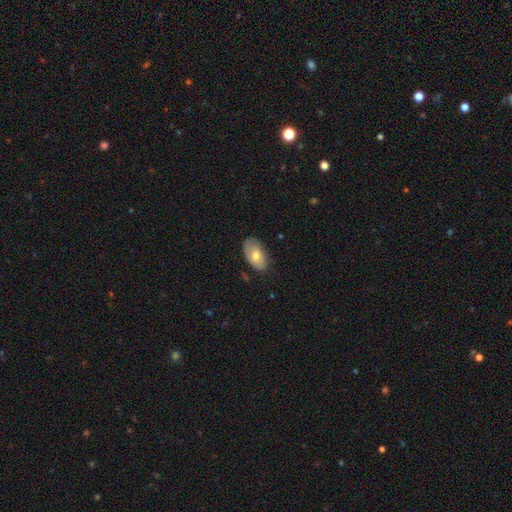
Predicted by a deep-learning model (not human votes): This appears to be a smooth galaxy with no disk features (66%) that is in between round and cigar-shaped (93%). Merging: none (73%).